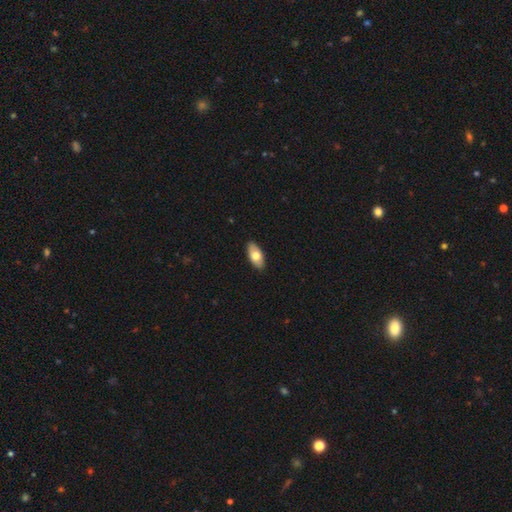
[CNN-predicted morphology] smooth-or-featured: smooth: 71% | featured or disk: 23% | star or artifact: 6%
  how-rounded: in between: 92% | cigar-shaped: 5% | round: 3%
  merging: none: 89% | minor disturbance: 8% | major disturbance: 2% | merger: 1%